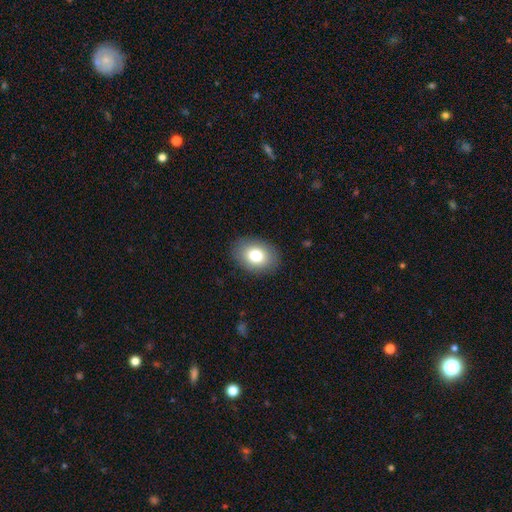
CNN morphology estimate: Smooth or featured?
  - smooth: 79% *
  - featured or disk: 12%
  - star or artifact: 9%
How rounded?
  - in between: 74% *
  - round: 25%
  - cigar-shaped: 1%
Merging?
  - none: 88% *
  - minor disturbance: 9%
  - major disturbance: 3%
  - merger: 1%